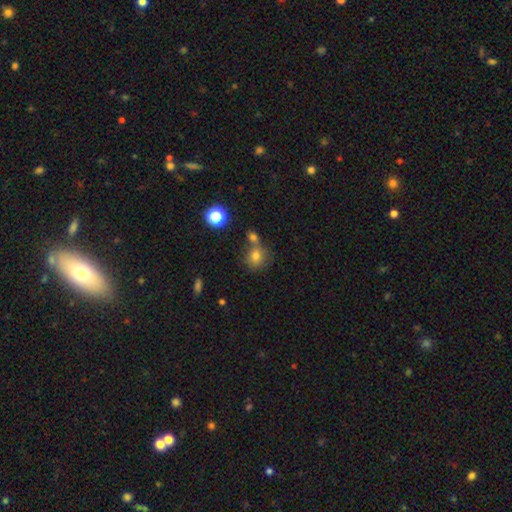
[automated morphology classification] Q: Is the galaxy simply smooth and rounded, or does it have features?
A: smooth — 76%.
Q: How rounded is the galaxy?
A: round — 78%.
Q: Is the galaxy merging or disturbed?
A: none — 51%.